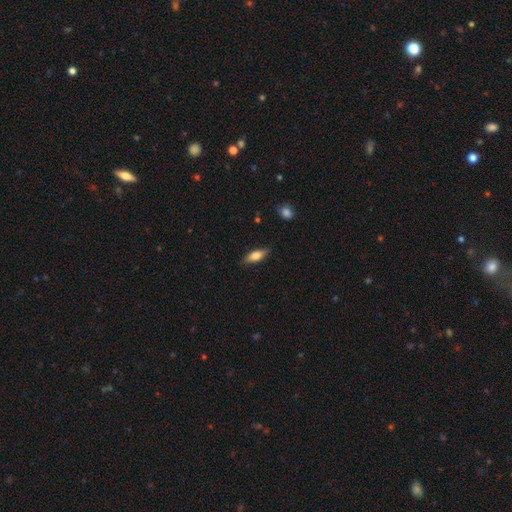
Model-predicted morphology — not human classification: smooth 67%, featured or disk 26%, star or artifact 7%. Down the decision tree: how rounded — in between (64%); merging — none (83%).